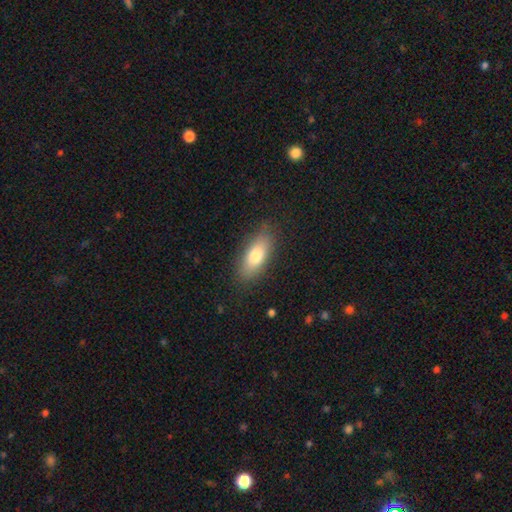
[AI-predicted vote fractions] Overall: smooth (76%). How rounded: in between (77%). Merging: none (84%).